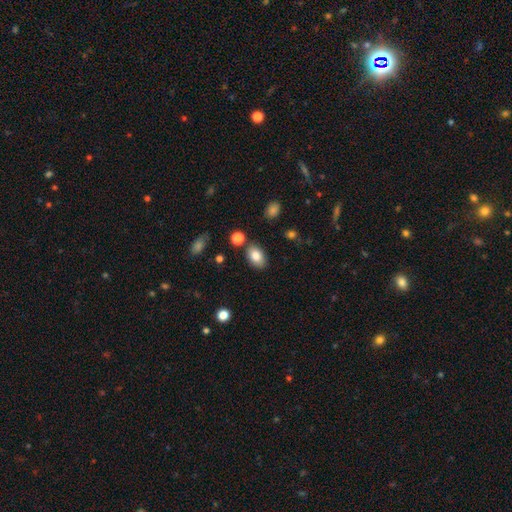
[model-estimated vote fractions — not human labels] A smooth galaxy with no disk features (83%) that is in between round and cigar-shaped (88%).

Vote fractions:
- Smooth or featured? smooth: 83% / star or artifact: 8% / featured or disk: 8%
- How rounded? in between: 88% / round: 11% / cigar-shaped: 1%
- Merging? none: 80% / minor disturbance: 12% / merger: 5% / major disturbance: 3%